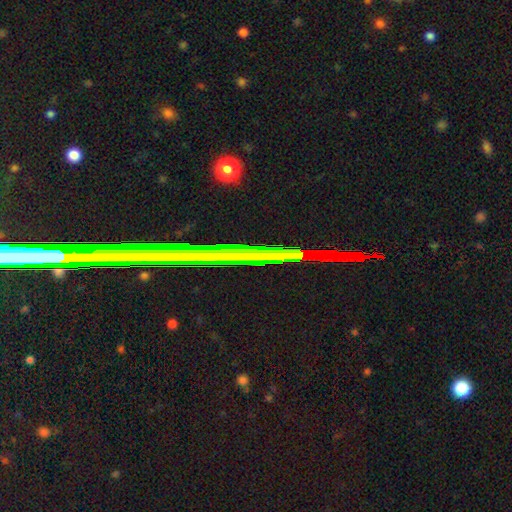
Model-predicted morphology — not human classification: A star or artifact, not a galaxy (63%).